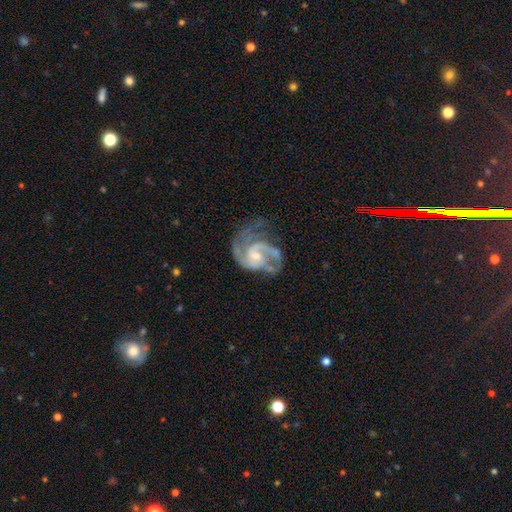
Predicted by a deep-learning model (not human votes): Smooth or featured?
  - featured or disk: 90% *
  - star or artifact: 5%
  - smooth: 4%
Edge-on disk?
  - no: 98% *
  - yes: 2%
Bar?
  - no: 53% *
  - weak: 38%
  - strong: 9%
Spiral arms?
  - yes: 97% *
  - no: 3%
Spiral winding?
  - medium: 55% *
  - tight: 31%
  - loose: 14%
Spiral arm count?
  - 2: 66% *
  - 3: 18%
  - can't tell: 7%
  - 1: 4%
  - 4: 3%
  - more than 4: 3%
Bulge size?
  - small: 54% *
  - moderate: 40%
  - none: 3%
  - large: 2%
  - dominant: 1%
Merging?
  - none: 52% *
  - minor disturbance: 23%
  - major disturbance: 22%
  - merger: 3%